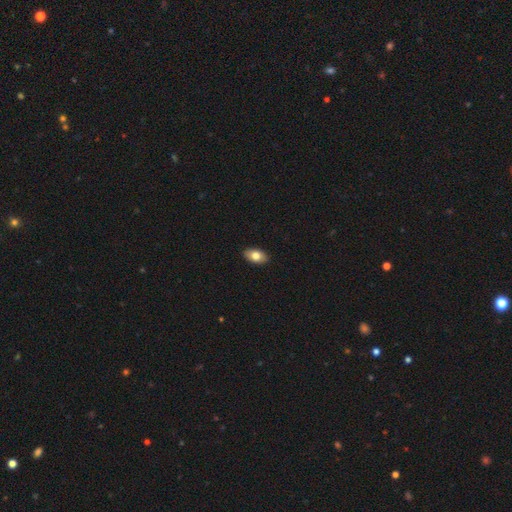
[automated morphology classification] smooth_or_featured: smooth (p=0.79) [alt: featured or disk p=0.14]
how_rounded: in between (p=0.93) [alt: round p=0.05]
merging: none (p=0.90) [alt: minor disturbance p=0.07]